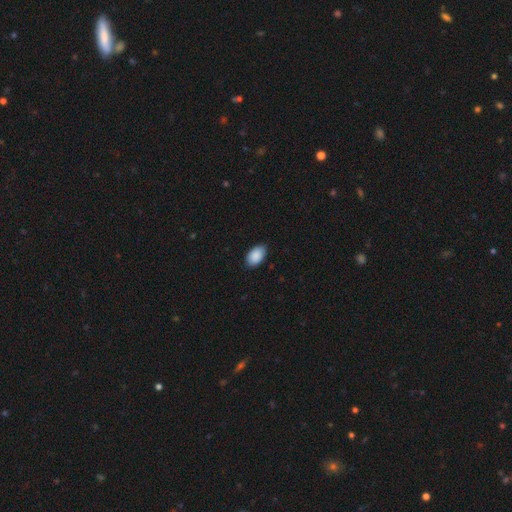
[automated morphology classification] The model was most divided on "merging": none: 85%, minor disturbance: 12%, major disturbance: 2%, merger: 1%. More confident: how rounded — in between (93%); smooth or featured — smooth (90%).